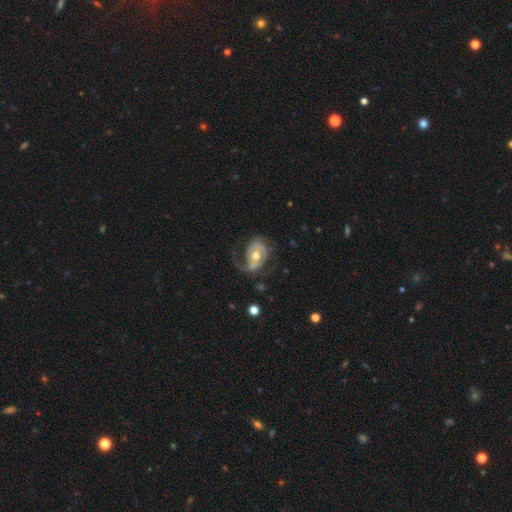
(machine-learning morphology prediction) The model was most divided on "spiral winding": loose: 41%, medium: 38%, tight: 21%. Remaining: edge-on disk — no (96%); spiral arms — yes (81%); bulge size — moderate (76%); smooth or featured — featured or disk (75%); bar — no (50%); spiral arm count — 2 (47%); merging — none (41%).